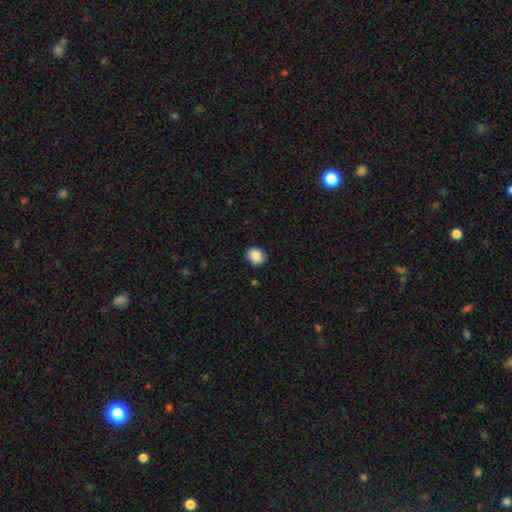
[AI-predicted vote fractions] Morphology: type=smooth (88%); roundness=round (77%); merging=none (87%).